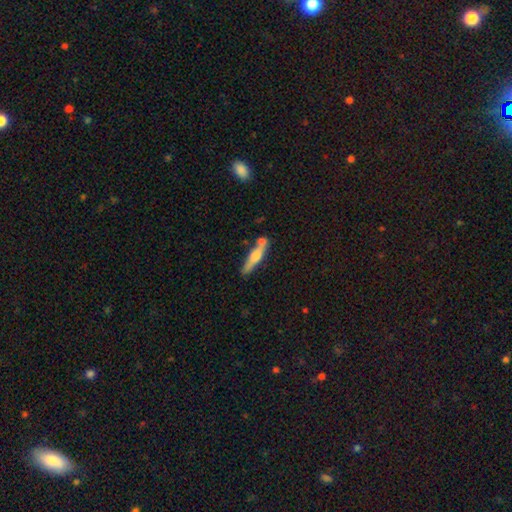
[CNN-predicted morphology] Q: Smooth or featured?
A: featured or disk (52%); runner-up: smooth (42%)
Q: Edge-on disk?
A: yes (92%); runner-up: no (8%)
Q: Merging?
A: none (67%); runner-up: merger (15%)